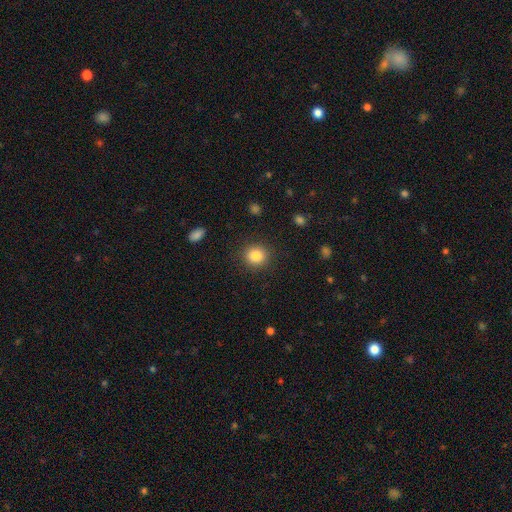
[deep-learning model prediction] Smooth or featured? smooth (85%)
How rounded? round (85%)
Merging? none (89%)